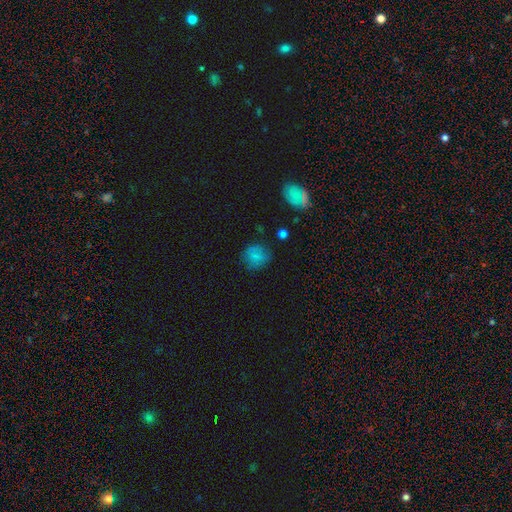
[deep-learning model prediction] The model was most divided on "merging": none: 76%, minor disturbance: 17%, major disturbance: 5%, merger: 2%. More confident: how rounded — round (80%); smooth or featured — smooth (77%).